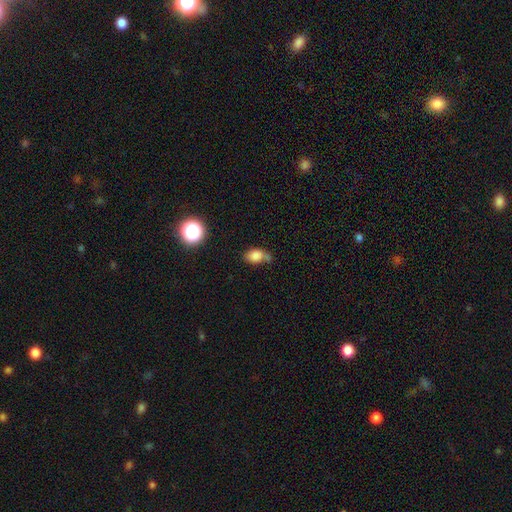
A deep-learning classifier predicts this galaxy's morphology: A smooth galaxy with no disk features (80%) that is in between round and cigar-shaped (78%). Merging: none (44%).